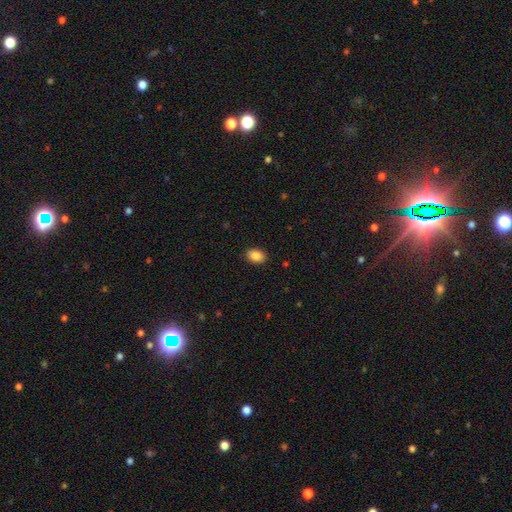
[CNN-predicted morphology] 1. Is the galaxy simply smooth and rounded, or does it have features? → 87% smooth, 8% star or artifact, 5% featured or disk.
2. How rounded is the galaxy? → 81% in between, 18% round, 1% cigar-shaped.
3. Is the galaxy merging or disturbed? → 89% none, 8% minor disturbance, 2% major disturbance, 1% merger.